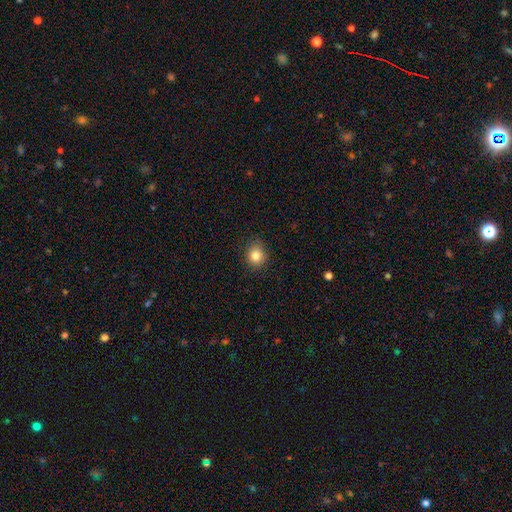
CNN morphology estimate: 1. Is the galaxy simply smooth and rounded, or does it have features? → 83% smooth, 11% star or artifact, 6% featured or disk.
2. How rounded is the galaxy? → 78% round, 22% in between, 1% cigar-shaped.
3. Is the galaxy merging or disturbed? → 88% none, 9% minor disturbance, 2% major disturbance, 1% merger.